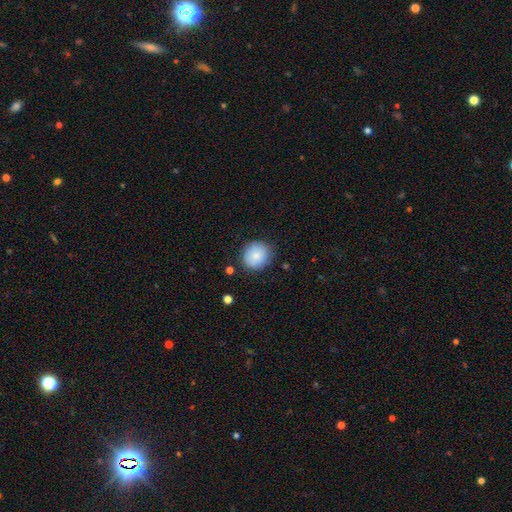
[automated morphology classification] The model was most divided on "how rounded": round: 84%, in between: 15%, cigar-shaped: 1%. More confident: merging — none (83%); smooth or featured — smooth (82%).